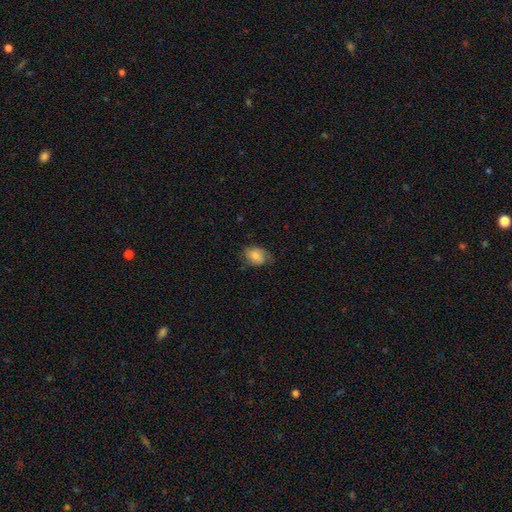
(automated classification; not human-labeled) This appears to be a smooth galaxy with no disk features (72%) that is in between round and cigar-shaped (75%). Merging: none (60%).